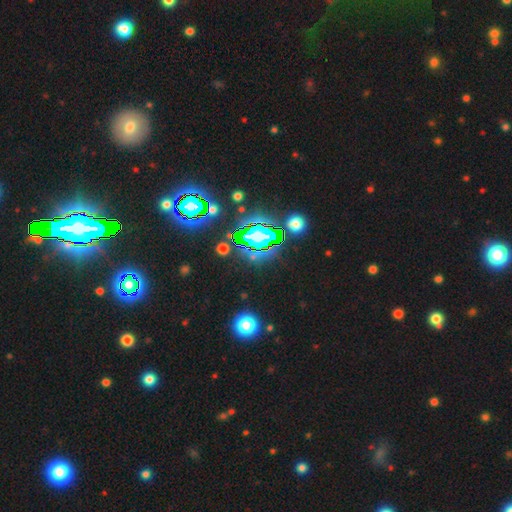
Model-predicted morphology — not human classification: A star or artifact, not a galaxy (79%).

Vote fractions:
- Smooth or featured? star or artifact: 79% / smooth: 12% / featured or disk: 9%